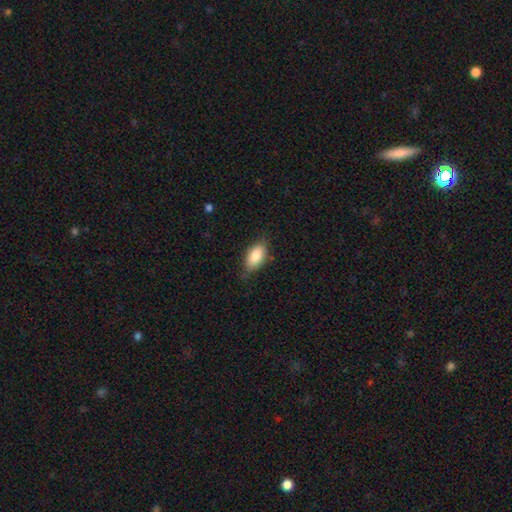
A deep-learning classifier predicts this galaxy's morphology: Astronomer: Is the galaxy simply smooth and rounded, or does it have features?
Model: smooth — 85%.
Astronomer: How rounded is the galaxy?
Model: in between — 91%.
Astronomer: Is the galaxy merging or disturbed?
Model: none — 73%.